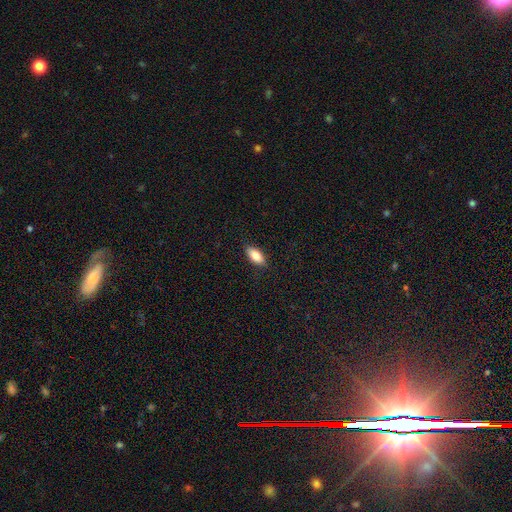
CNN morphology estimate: Q: Smooth or featured?
A: smooth (82%); runner-up: featured or disk (11%)
Q: How rounded?
A: in between (85%); runner-up: cigar-shaped (12%)
Q: Merging?
A: none (87%); runner-up: minor disturbance (10%)